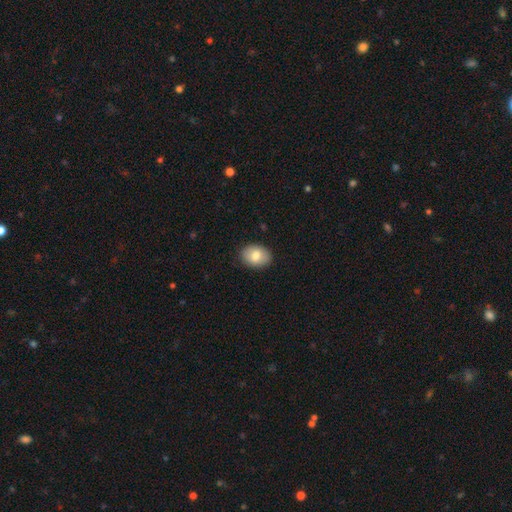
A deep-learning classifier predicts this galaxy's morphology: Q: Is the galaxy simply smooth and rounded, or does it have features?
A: smooth — 79%.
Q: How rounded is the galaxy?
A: in between — 71%.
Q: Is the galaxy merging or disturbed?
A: none — 89%.